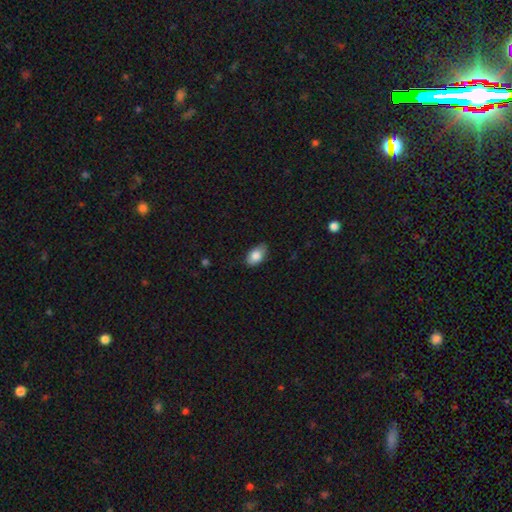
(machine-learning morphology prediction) smooth_or_featured: smooth (p=0.83) [alt: featured or disk p=0.09]
how_rounded: in between (p=0.92) [alt: round p=0.07]
merging: none (p=0.79) [alt: minor disturbance p=0.17]